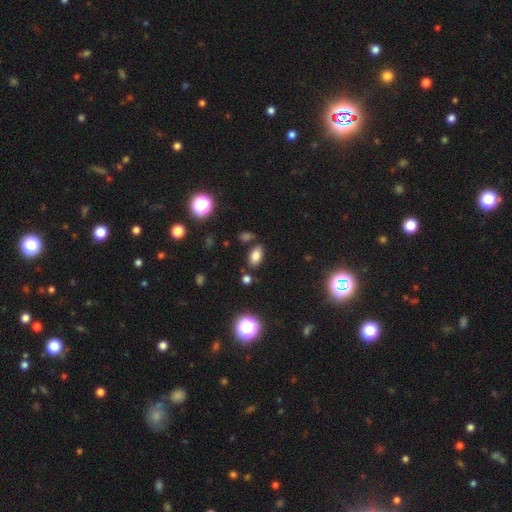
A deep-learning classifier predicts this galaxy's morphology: This is likely a smooth galaxy (80%). How rounded: clearly in between (90%). Merging: likely none (80%).